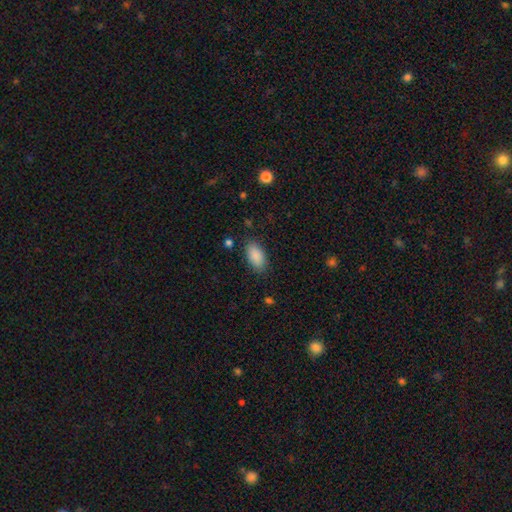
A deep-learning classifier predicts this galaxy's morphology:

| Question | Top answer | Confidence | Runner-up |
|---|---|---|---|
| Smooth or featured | smooth | 89% | star or artifact (7%) |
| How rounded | in between | 94% | cigar-shaped (4%) |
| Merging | none | 85% | minor disturbance (11%) |